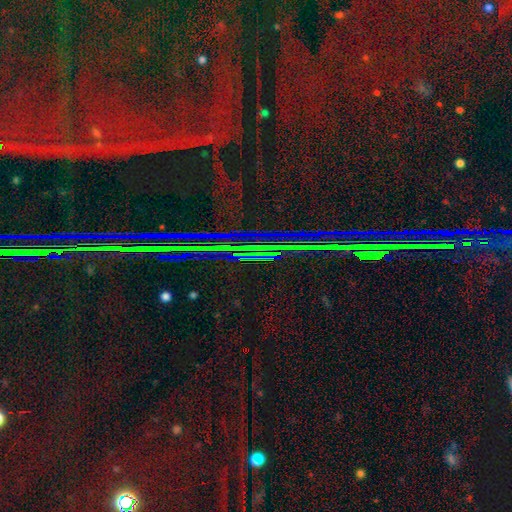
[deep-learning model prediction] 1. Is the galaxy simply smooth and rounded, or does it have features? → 86% star or artifact, 8% featured or disk, 6% smooth.